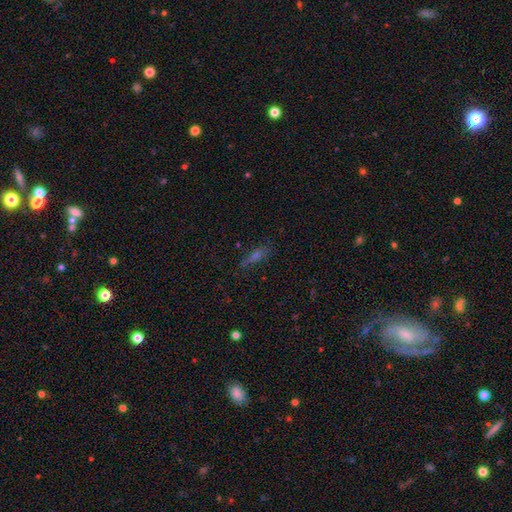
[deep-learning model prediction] Smooth or featured: smooth — 39% (featured or disk — 33%)
Merging: none — 73% (minor disturbance — 17%)